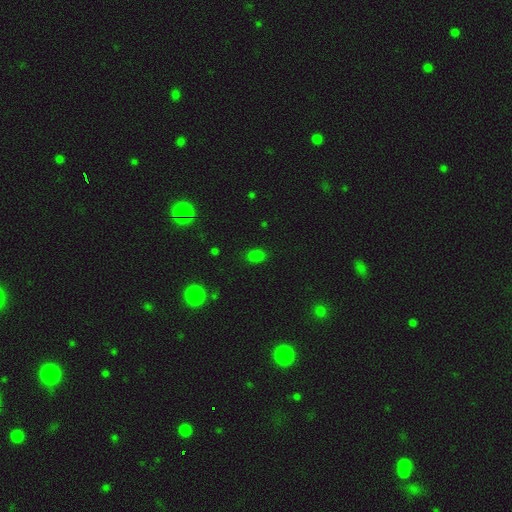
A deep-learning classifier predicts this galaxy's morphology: This is likely a smooth galaxy (78%). How rounded: likely in between (69%). Merging: clearly none (84%).